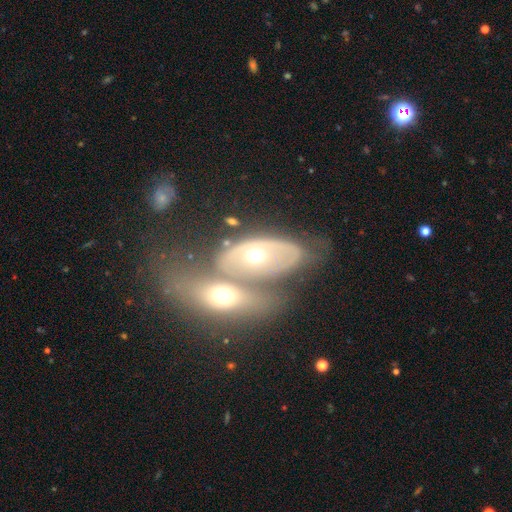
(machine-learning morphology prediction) This is likely a featured or disk galaxy (62%). It is clearly not viewed edge-on (84%). Bar: clearly no (85%). Spiral arm pattern: likely no (64%). Central bulge: likely moderate (71%). Merging: possibly merger (58%).